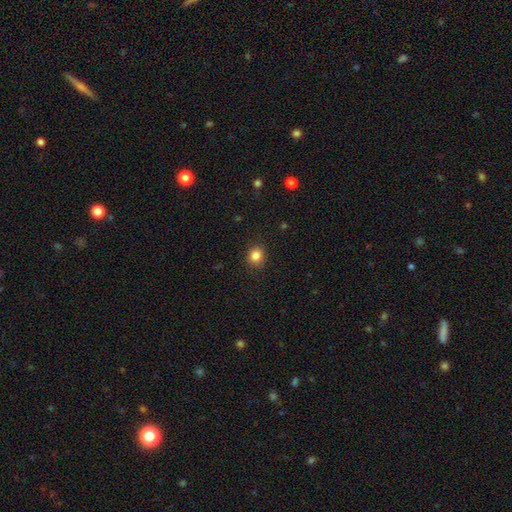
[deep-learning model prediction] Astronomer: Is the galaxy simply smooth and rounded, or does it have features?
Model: smooth — 85%.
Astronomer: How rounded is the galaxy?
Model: round — 78%.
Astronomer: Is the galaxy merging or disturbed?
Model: none — 89%.